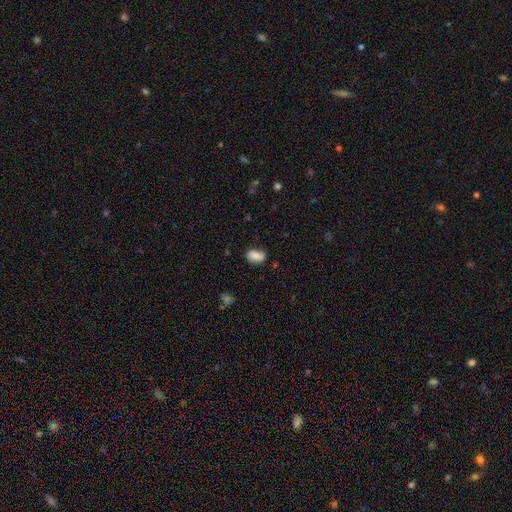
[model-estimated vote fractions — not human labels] Smooth or featured? smooth (78%)
How rounded? in between (87%)
Merging? none (75%)